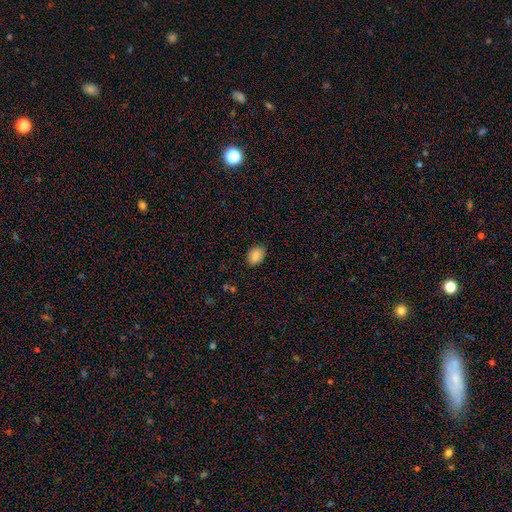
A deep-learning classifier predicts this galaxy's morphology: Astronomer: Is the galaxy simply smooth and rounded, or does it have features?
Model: smooth — 87%.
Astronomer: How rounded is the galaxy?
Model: in between — 74%.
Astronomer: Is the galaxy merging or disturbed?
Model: none — 85%.